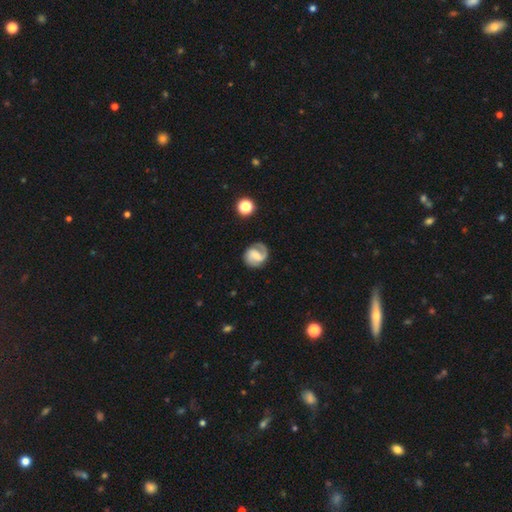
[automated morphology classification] smooth_or_featured: featured or disk (p=0.77) [alt: smooth p=0.17]
disk_edge_on: no (p=0.98) [alt: yes p=0.02]
bar: weak (p=0.52) [alt: no p=0.28]
has_spiral_arms: yes (p=0.95) [alt: no p=0.05]
spiral_winding: medium (p=0.47) [alt: tight p=0.32]
spiral_arm_count: 2 (p=0.74) [alt: 1 p=0.18]
bulge_size: small (p=0.40) [alt: moderate p=0.33]
merging: none (p=0.75) [alt: minor disturbance p=0.16]